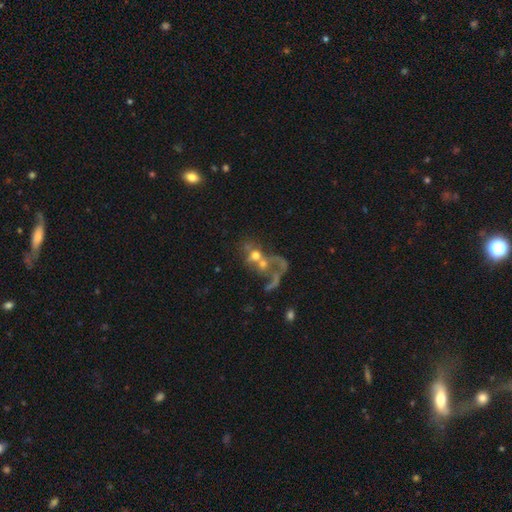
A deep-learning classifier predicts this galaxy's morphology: Smooth or featured? featured or disk (47%)
Merging? merger (59%)